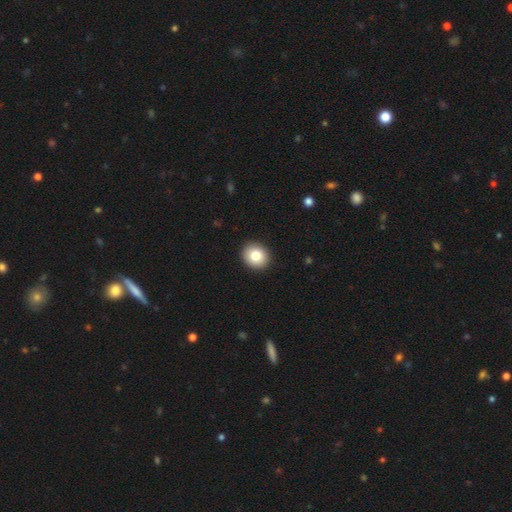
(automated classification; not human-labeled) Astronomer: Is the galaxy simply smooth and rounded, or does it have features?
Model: smooth — 82%.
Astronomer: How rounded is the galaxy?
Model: round — 79%.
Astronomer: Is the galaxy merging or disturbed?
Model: none — 92%.